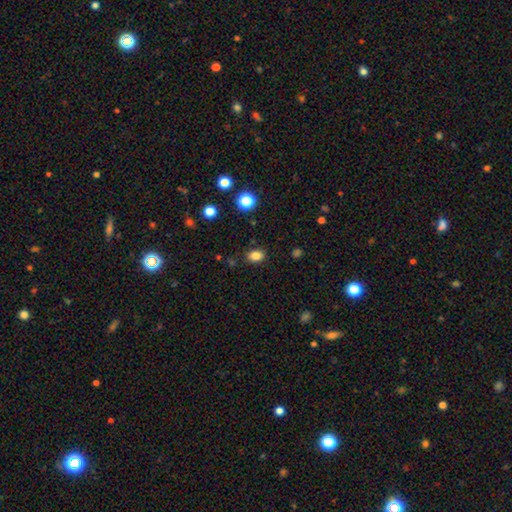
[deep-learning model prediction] This appears to be a smooth galaxy with no disk features (84%) that is in between round and cigar-shaped (75%). Merging: none (86%).